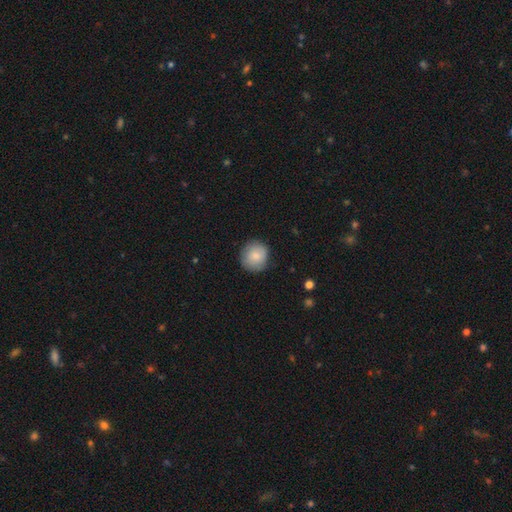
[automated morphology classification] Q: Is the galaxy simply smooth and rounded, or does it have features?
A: smooth — 83%.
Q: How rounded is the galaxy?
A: round — 88%.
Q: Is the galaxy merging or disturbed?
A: none — 84%.